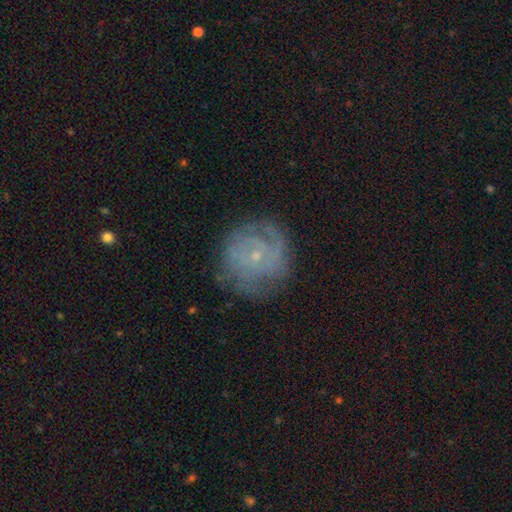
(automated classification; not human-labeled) smooth_or_featured: featured or disk (p=0.74) [alt: smooth p=0.16]
disk_edge_on: no (p=0.97) [alt: yes p=0.03]
bar: no (p=0.75) [alt: weak p=0.21]
has_spiral_arms: yes (p=0.91) [alt: no p=0.09]
spiral_winding: tight (p=0.67) [alt: medium p=0.26]
spiral_arm_count: can't tell (p=0.39) [alt: 2 p=0.24]
bulge_size: small (p=0.83) [alt: moderate p=0.12]
merging: none (p=0.76) [alt: minor disturbance p=0.16]